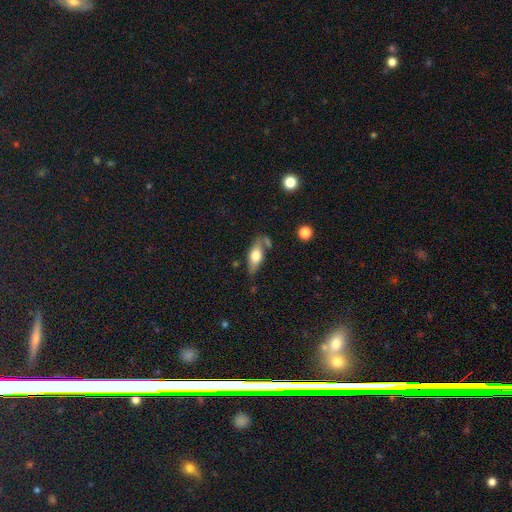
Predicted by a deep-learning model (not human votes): Smooth or featured? smooth (58%)
How rounded? in between (71%)
Merging? none (63%)